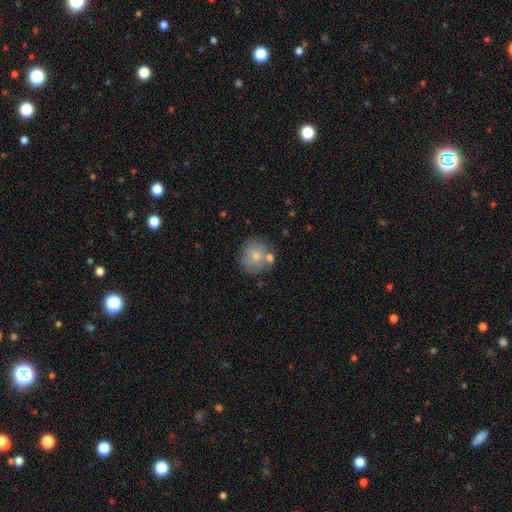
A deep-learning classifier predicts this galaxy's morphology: A smooth galaxy with no disk features (77%) that is round (88%).

Vote fractions:
- Smooth or featured? smooth: 77% / featured or disk: 15% / star or artifact: 8%
- How rounded? round: 88% / in between: 11% / cigar-shaped: 1%
- Merging? none: 68% / minor disturbance: 15% / merger: 13% / major disturbance: 4%